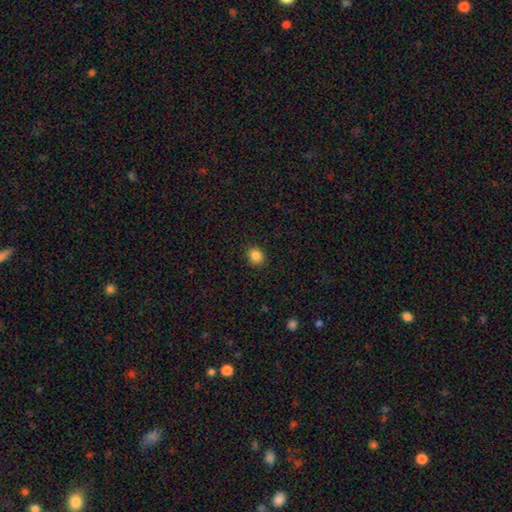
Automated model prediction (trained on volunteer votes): Smooth or featured: smooth — 86% (star or artifact — 10%)
How rounded: round — 74% (in between — 25%)
Merging: none — 90% (minor disturbance — 7%)